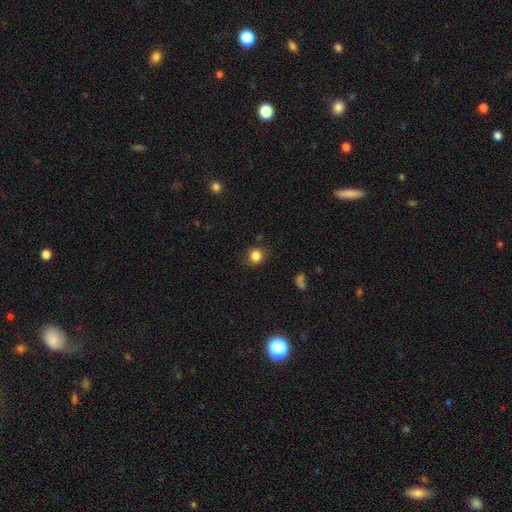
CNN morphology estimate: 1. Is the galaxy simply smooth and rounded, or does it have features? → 85% smooth, 11% star or artifact, 5% featured or disk.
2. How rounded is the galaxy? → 82% round, 17% in between, 1% cigar-shaped.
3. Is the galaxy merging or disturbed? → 82% none, 12% minor disturbance, 4% major disturbance, 2% merger.